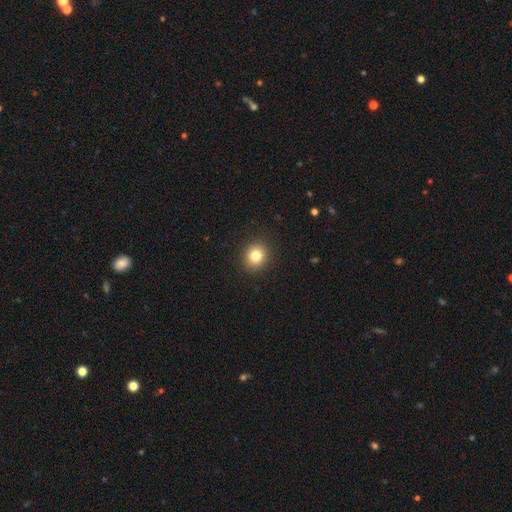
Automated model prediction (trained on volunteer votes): smooth 82%, star or artifact 11%, featured or disk 7%. Down the decision tree: how rounded — round (84%); merging — none (91%).